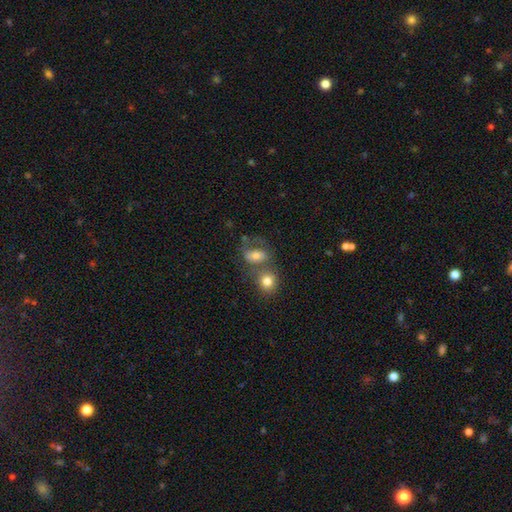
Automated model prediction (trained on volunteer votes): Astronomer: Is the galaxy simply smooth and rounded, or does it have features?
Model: smooth — 66%.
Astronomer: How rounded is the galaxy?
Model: in between — 69%.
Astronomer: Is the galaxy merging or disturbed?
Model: merger — 43% (runner-up: none, 34%).